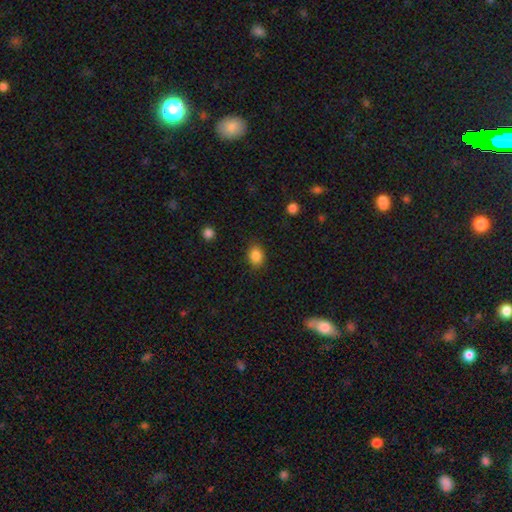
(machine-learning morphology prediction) Smooth or featured? smooth (86%)
How rounded? in between (60%)
Merging? none (85%)